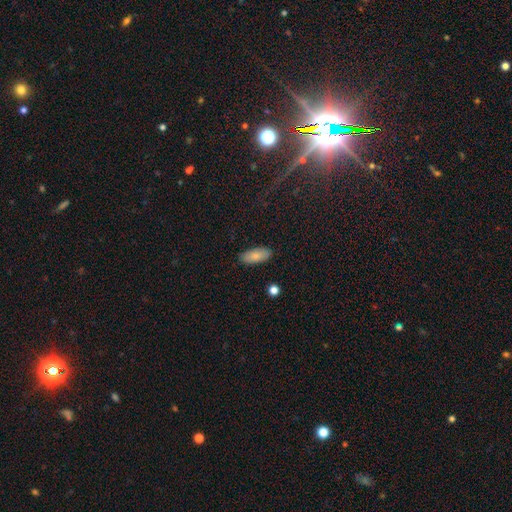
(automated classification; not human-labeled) Q: Smooth or featured?
A: smooth (83%); runner-up: featured or disk (10%)
Q: How rounded?
A: in between (83%); runner-up: cigar-shaped (15%)
Q: Merging?
A: none (88%); runner-up: minor disturbance (9%)